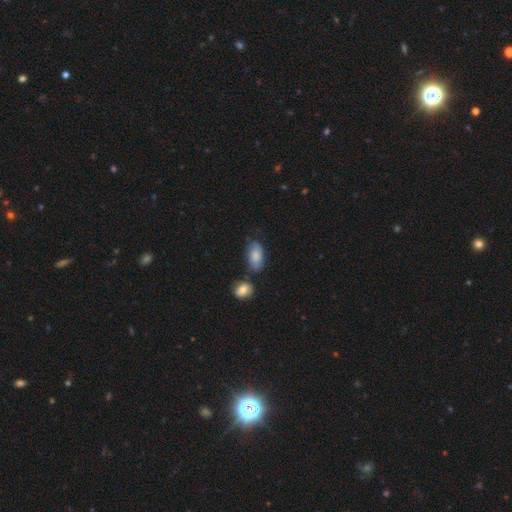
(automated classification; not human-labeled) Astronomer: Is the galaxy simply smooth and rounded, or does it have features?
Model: smooth — 75%.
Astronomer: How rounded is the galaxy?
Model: in between — 92%.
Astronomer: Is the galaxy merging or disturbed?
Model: none — 61%.